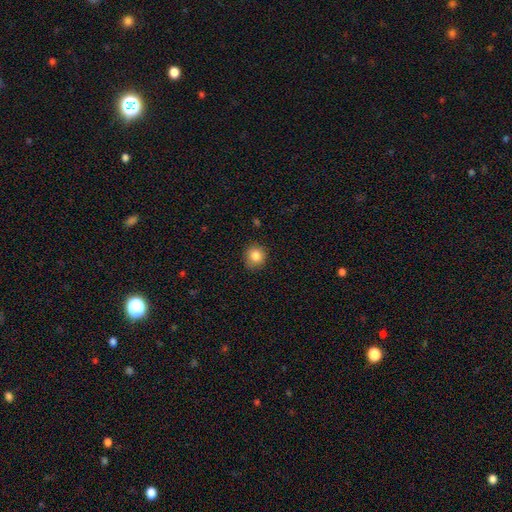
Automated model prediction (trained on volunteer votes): Smooth or featured: smooth — 84% (star or artifact — 10%)
How rounded: round — 87% (in between — 12%)
Merging: none — 87% (minor disturbance — 10%)